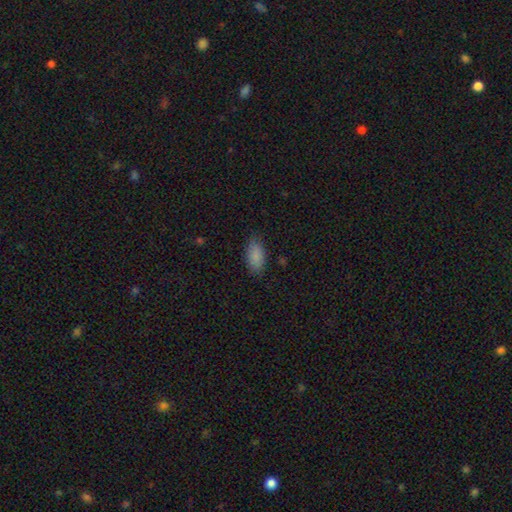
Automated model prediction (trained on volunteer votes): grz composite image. It shows a smooth galaxy with no disk features (88%) that is in between round and cigar-shaped (91%). Merging: none (81%).